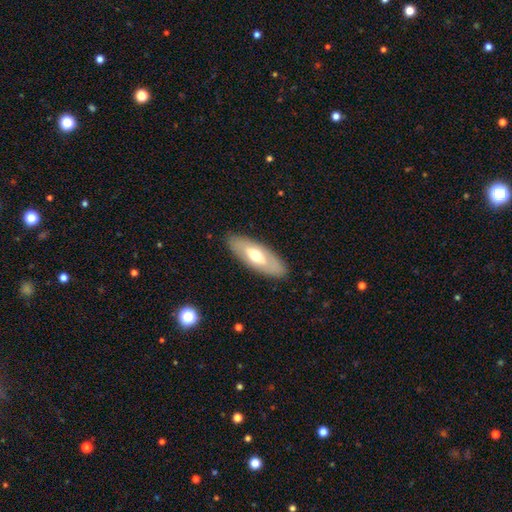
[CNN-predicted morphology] type=smooth (50%); merging=none (87%).